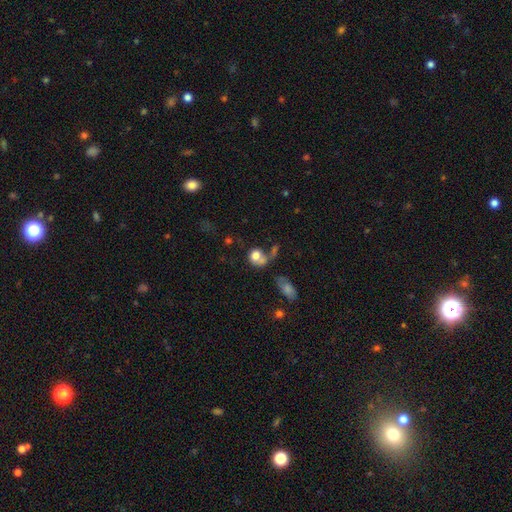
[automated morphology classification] smooth 74%, featured or disk 16%, star or artifact 10%. Down the decision tree: how rounded — round (63%); merging — merger (33%).